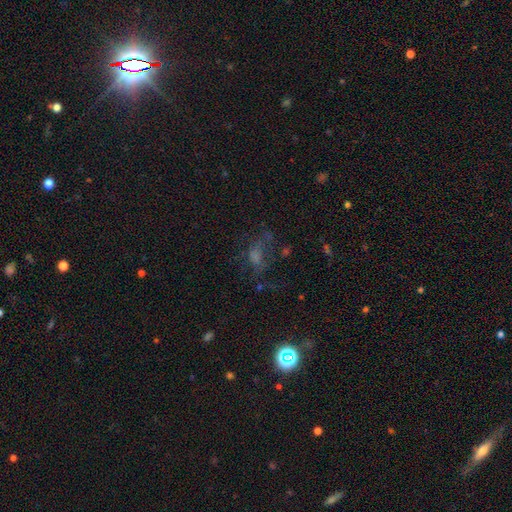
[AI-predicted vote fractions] Smooth or featured? star or artifact (36%)